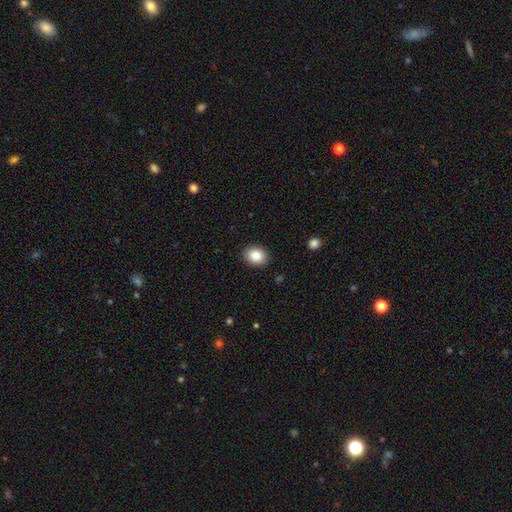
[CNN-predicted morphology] This is clearly a smooth galaxy (86%). How rounded: possibly in between (53%). Merging: clearly none (90%).